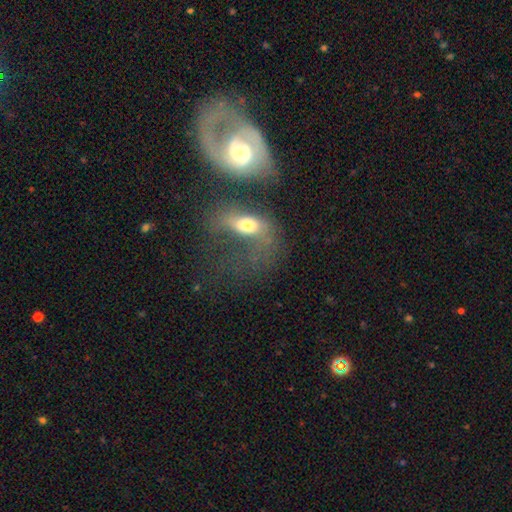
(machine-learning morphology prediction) A featured or disk galaxy (57%) with no bar (62%), spiral arms (52%) and a moderate central bulge (65%).

Vote fractions:
- Smooth or featured? featured or disk: 57% / smooth: 32% / star or artifact: 11%
- Edge-on disk? no: 92% / yes: 8%
- Bar? no: 62% / weak: 26% / strong: 12%
- Spiral arms? yes: 52% / no: 48%
- Bulge size? moderate: 65% / small: 15% / large: 12% / none: 4% / dominant: 3%
- Merging? merger: 64% / major disturbance: 17% / none: 12% / minor disturbance: 8%